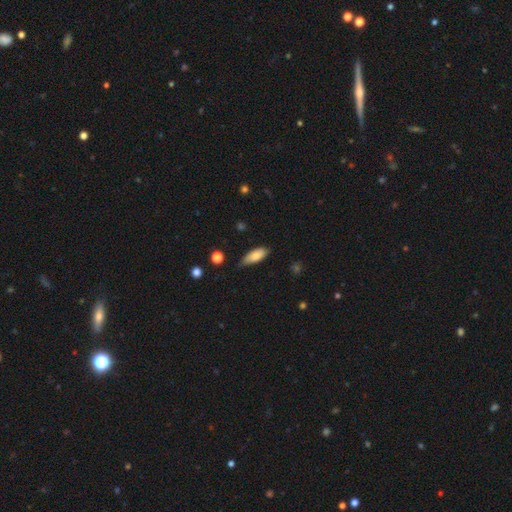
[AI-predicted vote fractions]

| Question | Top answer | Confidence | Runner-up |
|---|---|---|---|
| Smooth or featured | smooth | 80% | featured or disk (14%) |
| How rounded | in between | 76% | cigar-shaped (21%) |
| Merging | none | 63% | minor disturbance (31%) |